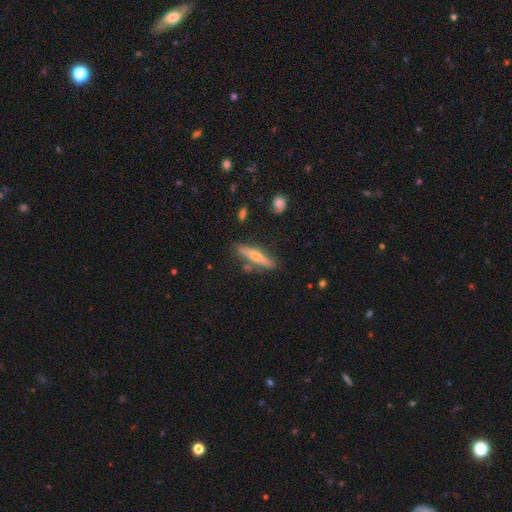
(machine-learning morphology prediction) Overall: featured or disk (57%; smooth 36%). Edge-on disk: yes (92%). Edge-on bulge: rounded (90%). Merging: none (81%).